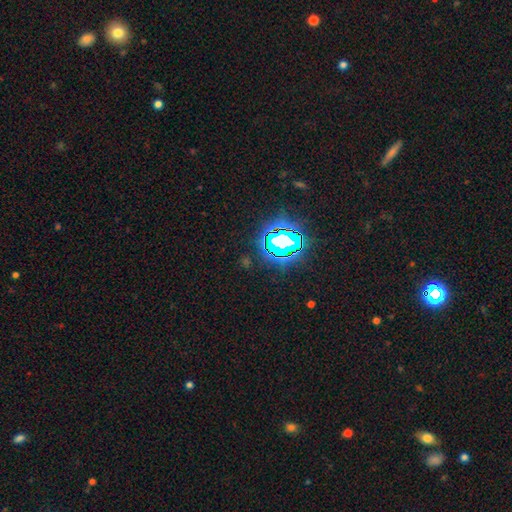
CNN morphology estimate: smooth-or-featured: star or artifact: 81% | smooth: 12% | featured or disk: 7%